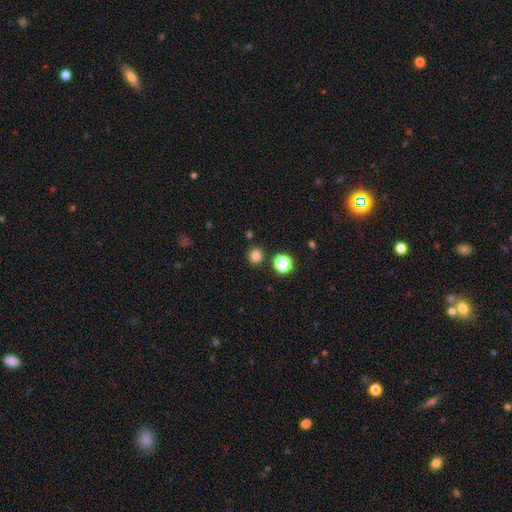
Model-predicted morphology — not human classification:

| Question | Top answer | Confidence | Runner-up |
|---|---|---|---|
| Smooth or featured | smooth | 80% | star or artifact (15%) |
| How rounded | round | 89% | in between (10%) |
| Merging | none | 87% | minor disturbance (7%) |